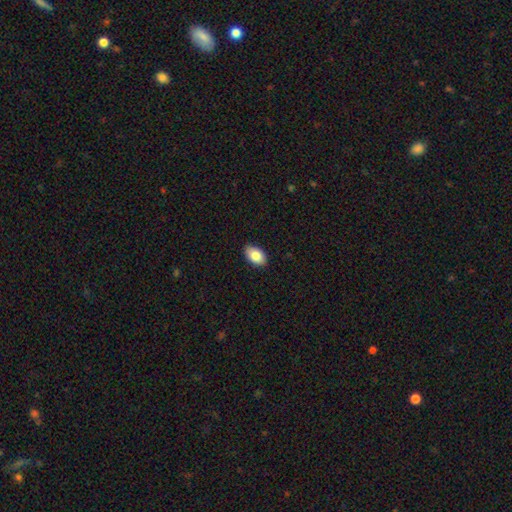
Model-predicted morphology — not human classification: This appears to be a smooth galaxy with no disk features (83%) that is in between round and cigar-shaped (91%). Merging: none (89%).